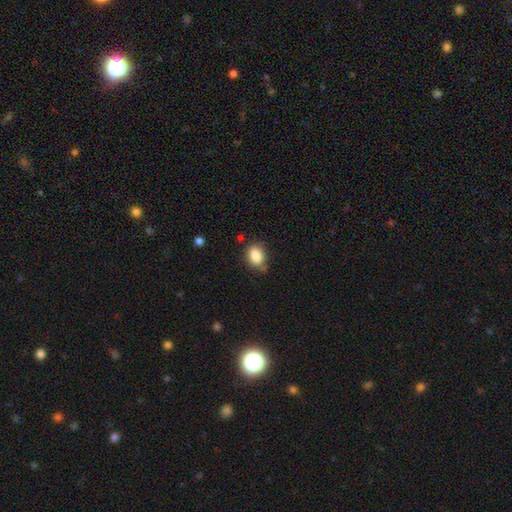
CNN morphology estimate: Smooth or featured?
  - smooth: 86% *
  - star or artifact: 8%
  - featured or disk: 6%
How rounded?
  - in between: 75% *
  - round: 23%
  - cigar-shaped: 1%
Merging?
  - none: 72% *
  - minor disturbance: 20%
  - major disturbance: 4%
  - merger: 4%